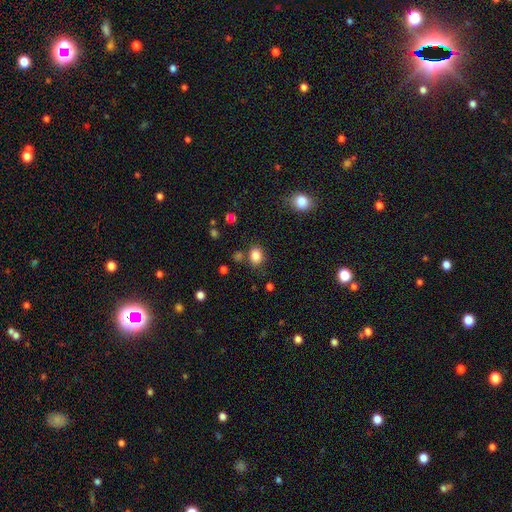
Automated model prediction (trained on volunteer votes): smooth_or_featured: smooth (p=0.84) [alt: star or artifact p=0.11]
how_rounded: in between (p=0.52) [alt: round p=0.47]
merging: none (p=0.77) [alt: minor disturbance p=0.13]